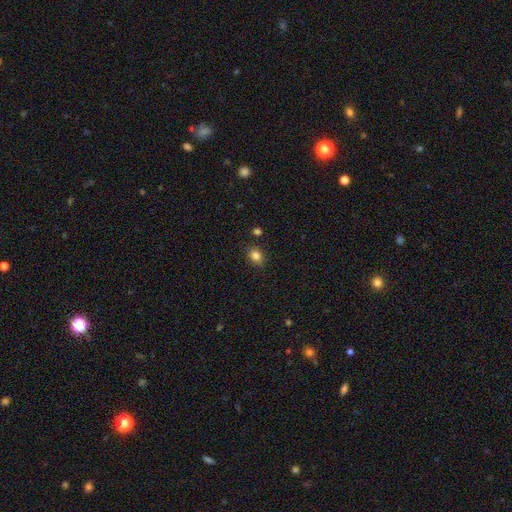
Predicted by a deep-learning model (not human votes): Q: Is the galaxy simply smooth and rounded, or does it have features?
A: smooth — 82%.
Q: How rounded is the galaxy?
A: in between — 51%.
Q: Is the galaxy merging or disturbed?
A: none — 83%.